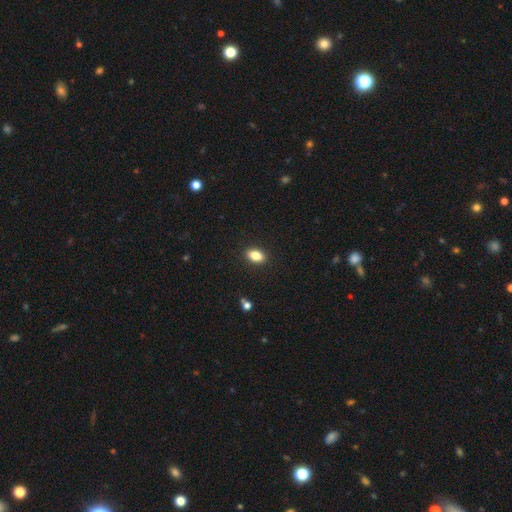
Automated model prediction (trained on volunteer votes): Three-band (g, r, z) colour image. It shows a smooth galaxy with no disk features (84%) that is in between round and cigar-shaped (87%). Merging: none (89%).